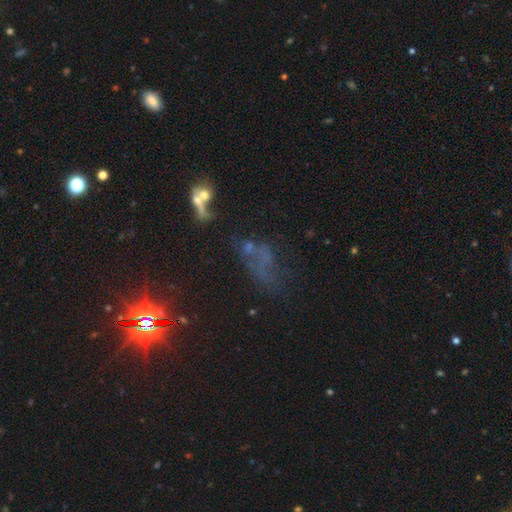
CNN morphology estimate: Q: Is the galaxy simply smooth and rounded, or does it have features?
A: star or artifact — 46%.